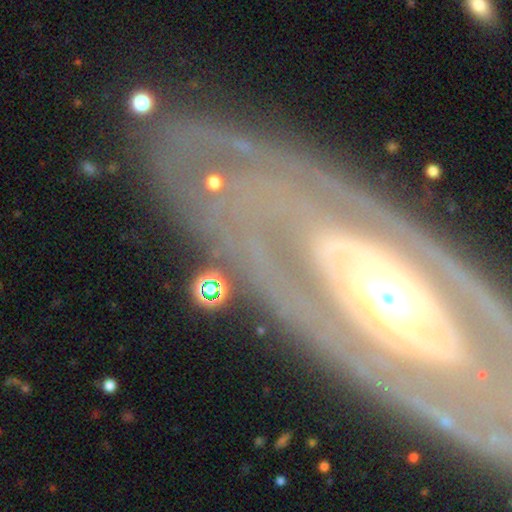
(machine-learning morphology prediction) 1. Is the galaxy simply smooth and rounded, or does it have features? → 84% featured or disk, 11% smooth, 5% star or artifact.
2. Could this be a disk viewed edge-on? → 88% no, 12% yes.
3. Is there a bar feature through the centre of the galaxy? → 65% no, 20% weak, 15% strong.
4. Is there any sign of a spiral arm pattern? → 62% yes, 38% no.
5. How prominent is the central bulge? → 61% moderate, 21% large, 14% small, 3% dominant, 1% none.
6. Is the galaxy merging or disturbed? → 79% none, 13% minor disturbance, 6% major disturbance, 2% merger.